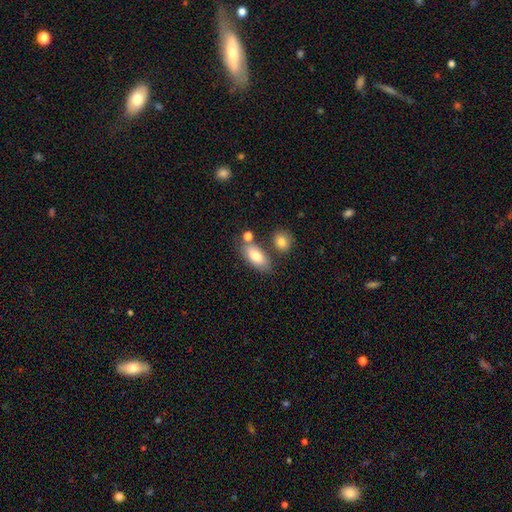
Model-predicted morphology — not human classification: smooth_or_featured: smooth (p=0.79) [alt: featured or disk p=0.14]
how_rounded: in between (p=0.86) [alt: cigar-shaped p=0.11]
merging: none (p=0.66) [alt: merger p=0.16]